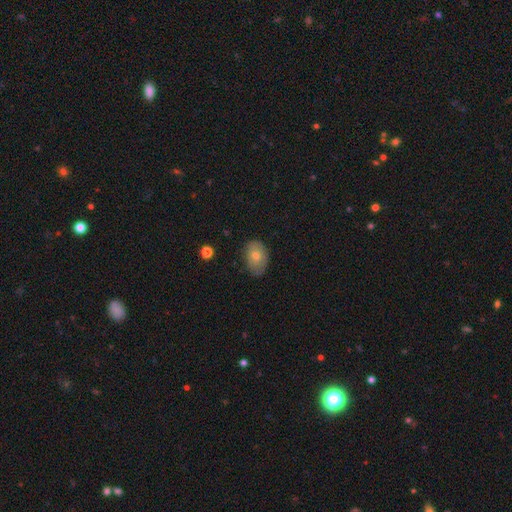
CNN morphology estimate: Q: Smooth or featured?
A: smooth (66%); runner-up: featured or disk (25%)
Q: How rounded?
A: in between (80%); runner-up: round (19%)
Q: Merging?
A: none (73%); runner-up: minor disturbance (22%)